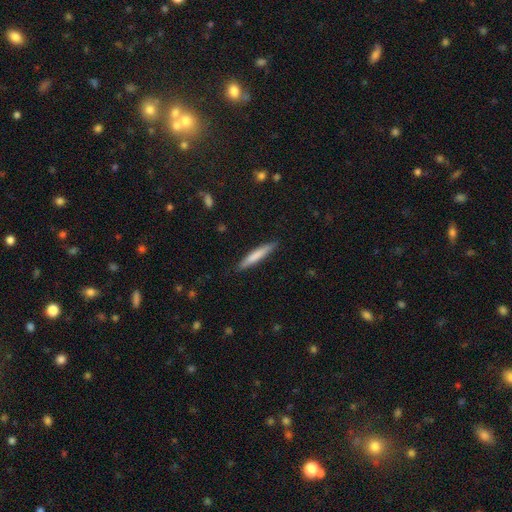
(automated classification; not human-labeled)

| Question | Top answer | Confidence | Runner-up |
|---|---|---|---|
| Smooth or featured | smooth | 73% | featured or disk (21%) |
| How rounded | cigar-shaped | 93% | in between (6%) |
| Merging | none | 87% | minor disturbance (10%) |